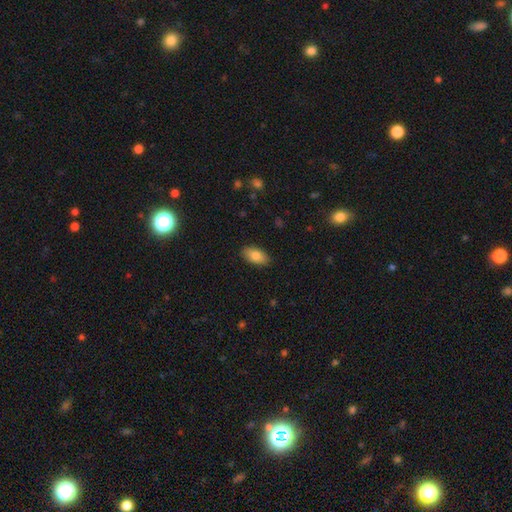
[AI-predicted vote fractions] Smooth or featured? smooth (83%)
How rounded? in between (92%)
Merging? none (88%)